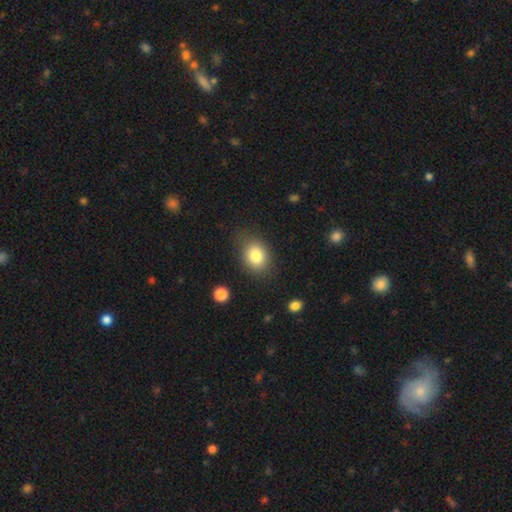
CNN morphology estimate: A smooth galaxy with no disk features (83%) that is in between round and cigar-shaped (57%).

Vote fractions:
- Smooth or featured? smooth: 83% / star or artifact: 9% / featured or disk: 8%
- How rounded? in between: 57% / round: 42% / cigar-shaped: 1%
- Merging? none: 77% / minor disturbance: 16% / major disturbance: 5% / merger: 2%